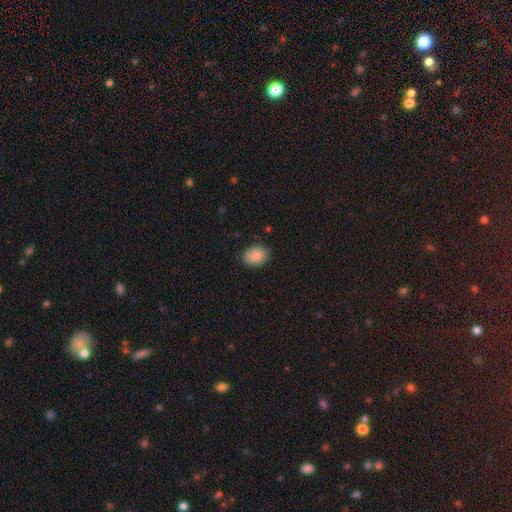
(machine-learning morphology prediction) This appears to be a smooth galaxy with no disk features (88%) that is in between round and cigar-shaped (65%). Merging: none (85%).